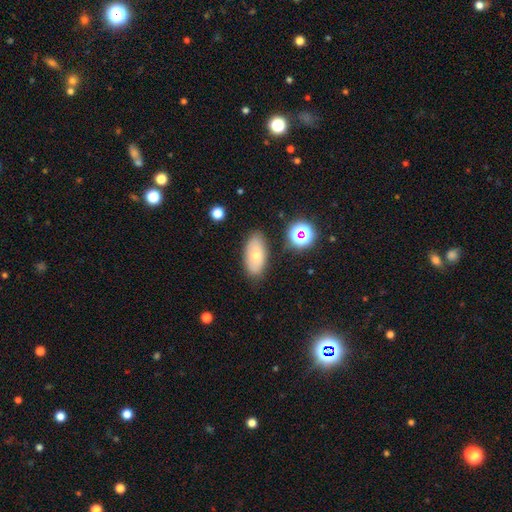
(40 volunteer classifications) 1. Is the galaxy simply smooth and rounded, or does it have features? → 68% smooth, 28% featured or disk, 5% star or artifact.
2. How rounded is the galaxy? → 81% in between, 11% round, 7% cigar-shaped.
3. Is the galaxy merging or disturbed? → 79% none, 11% minor disturbance, 8% major disturbance, 3% merger.